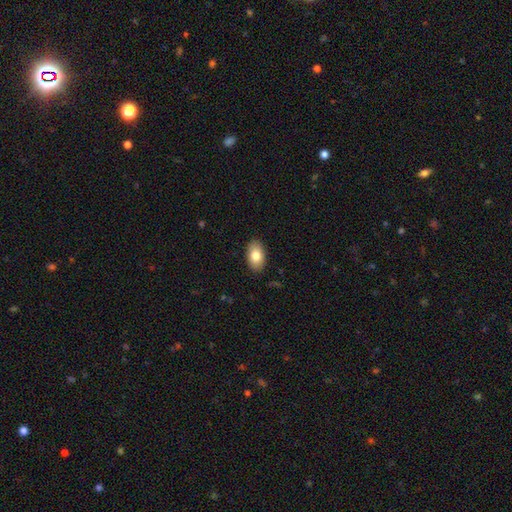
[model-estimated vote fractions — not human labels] Q: Smooth or featured?
A: smooth (82%); runner-up: featured or disk (12%)
Q: How rounded?
A: in between (92%); runner-up: round (6%)
Q: Merging?
A: none (89%); runner-up: minor disturbance (8%)